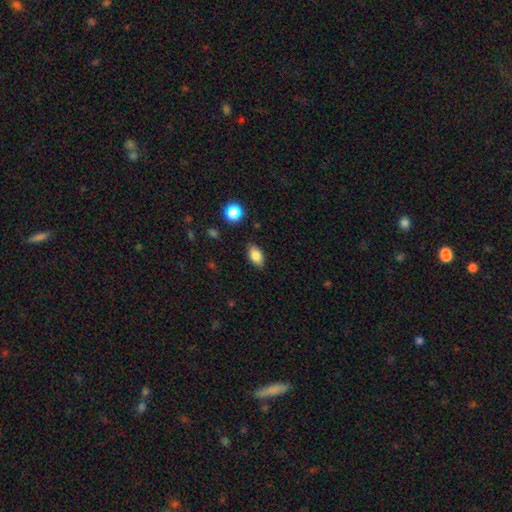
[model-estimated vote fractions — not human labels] A smooth galaxy with no disk features (84%) that is in between round and cigar-shaped (90%).

Vote fractions:
- Smooth or featured? smooth: 84% / star or artifact: 9% / featured or disk: 7%
- How rounded? in between: 90% / round: 7% / cigar-shaped: 3%
- Merging? none: 86% / minor disturbance: 10% / major disturbance: 2% / merger: 2%